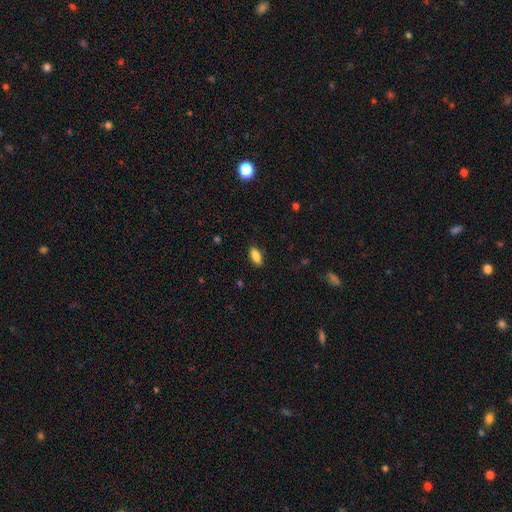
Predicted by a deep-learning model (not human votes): Smooth or featured? smooth (85%)
How rounded? in between (80%)
Merging? none (86%)